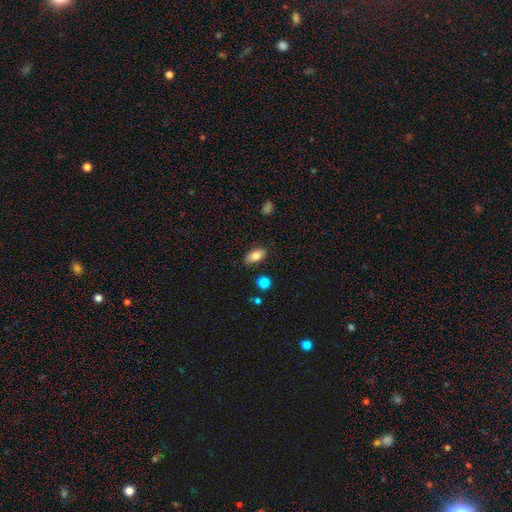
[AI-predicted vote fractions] Smooth or featured? Predicted: smooth (p=0.82). How rounded? Predicted: in between (p=0.90). Merging? Predicted: none (p=0.76).